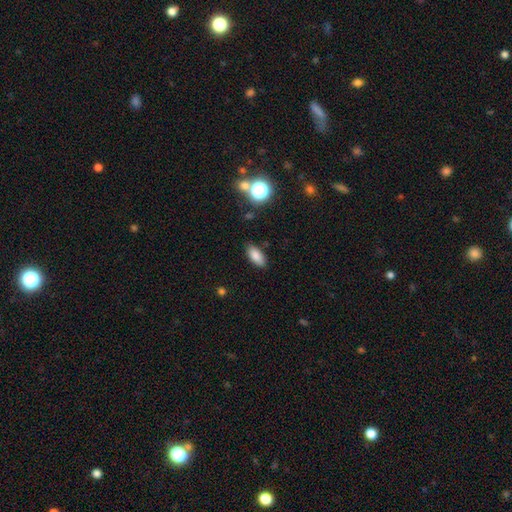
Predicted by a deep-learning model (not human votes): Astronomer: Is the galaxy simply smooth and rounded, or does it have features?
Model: smooth — 83%.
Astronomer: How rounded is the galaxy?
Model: in between — 87%.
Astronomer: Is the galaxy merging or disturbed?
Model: none — 85%.